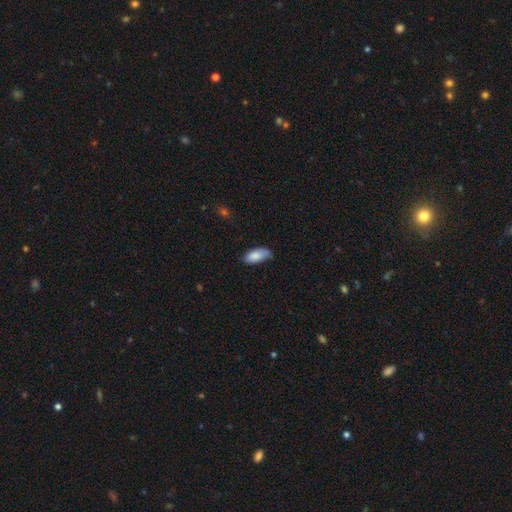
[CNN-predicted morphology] smooth 83%, featured or disk 11%, star or artifact 6%. Down the decision tree: how rounded — in between (91%); merging — none (58%).